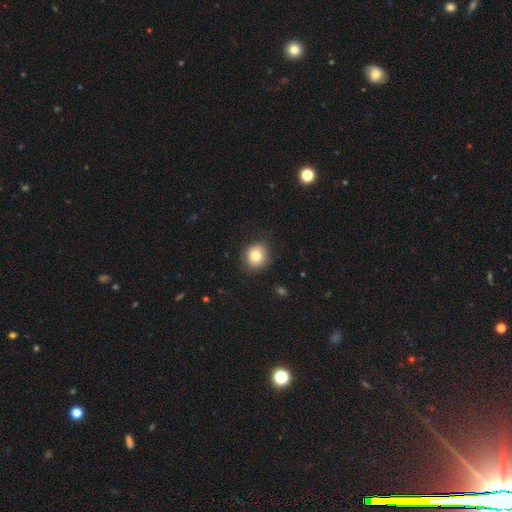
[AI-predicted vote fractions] Morphology: type=smooth (80%); roundness=round (83%); merging=none (86%).